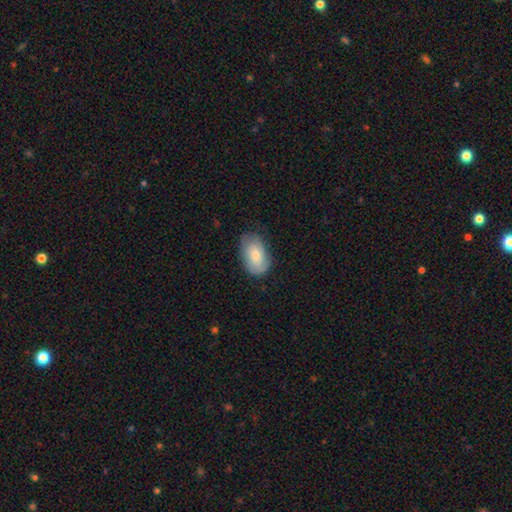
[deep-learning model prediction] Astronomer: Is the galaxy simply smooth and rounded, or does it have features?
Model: smooth — 74%.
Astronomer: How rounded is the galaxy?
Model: in between — 91%.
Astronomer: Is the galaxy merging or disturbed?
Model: none — 70%.